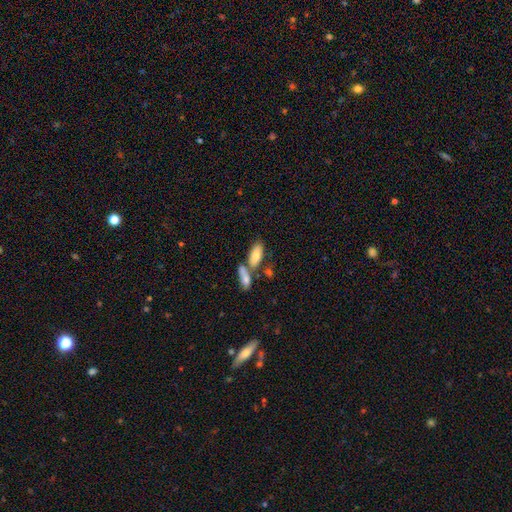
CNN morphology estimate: smooth_or_featured: smooth (p=0.78) [alt: featured or disk p=0.16]
how_rounded: in between (p=0.86) [alt: cigar-shaped p=0.12]
merging: none (p=0.47) [alt: merger p=0.37]